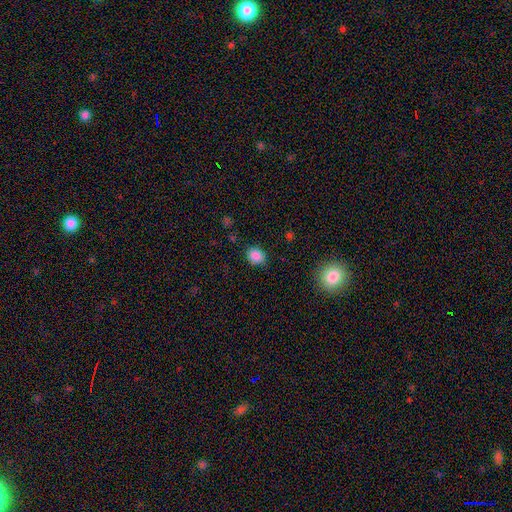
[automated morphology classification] This is clearly a smooth galaxy (86%). How rounded: likely round (60%). Merging: clearly none (83%).